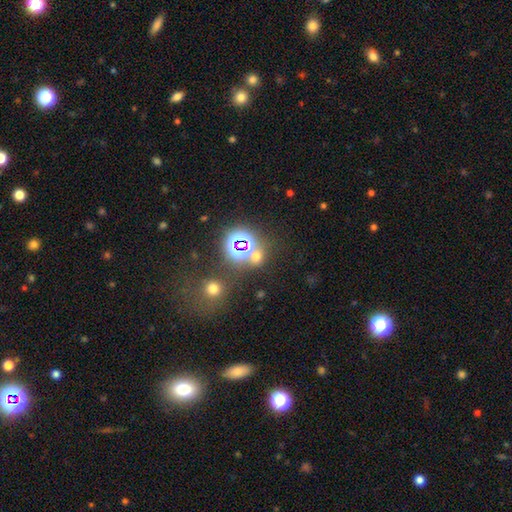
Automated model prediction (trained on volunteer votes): Smooth or featured: star or artifact — 49% (smooth — 44%)